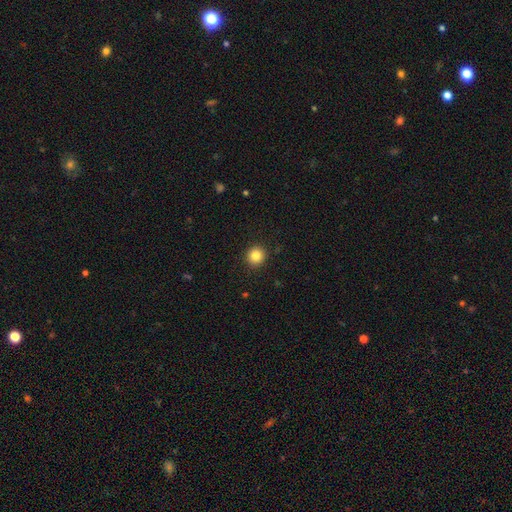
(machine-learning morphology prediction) smooth-or-featured: smooth: 84% | star or artifact: 11% | featured or disk: 5%
  how-rounded: round: 93% | in between: 6% | cigar-shaped: 1%
  merging: none: 92% | minor disturbance: 5% | major disturbance: 2% | merger: 1%